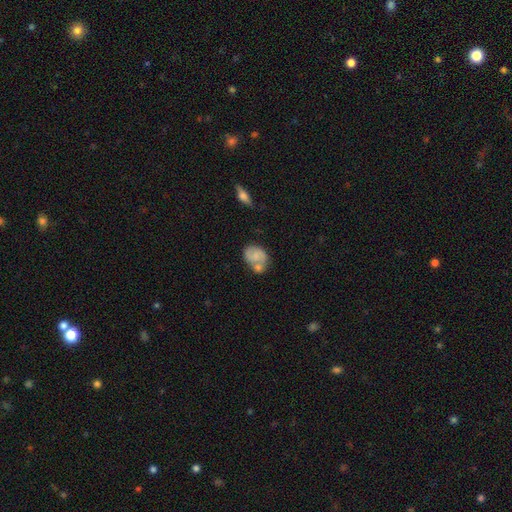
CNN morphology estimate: This appears to be a smooth galaxy with no disk features (55%) that is in between round and cigar-shaped (55%). Merging: merger (40%).